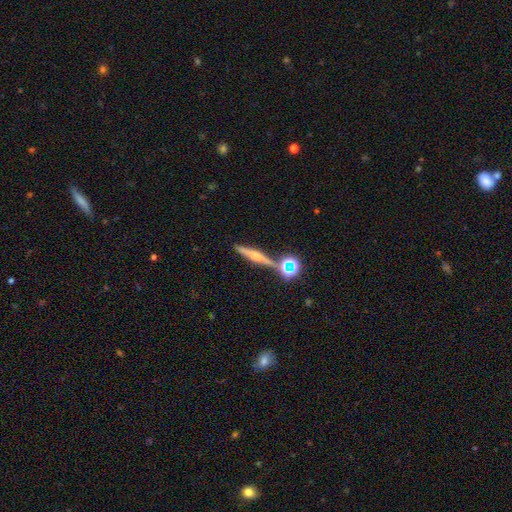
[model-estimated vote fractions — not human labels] The model was most divided on "smooth or featured": featured or disk: 56%, smooth: 28%, star or artifact: 16%. More confident: edge-on disk — yes (94%); edge-on bulge — rounded (77%); merging — none (75%).